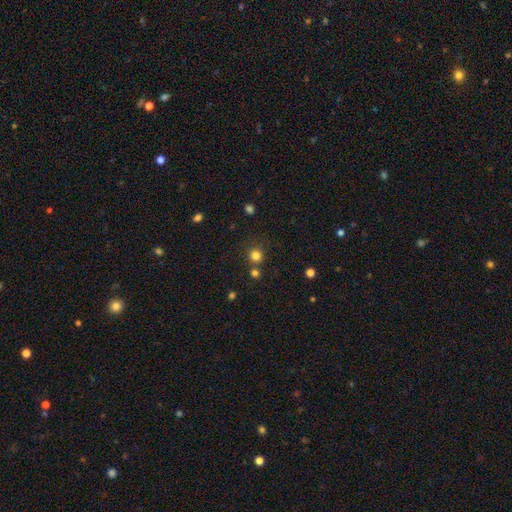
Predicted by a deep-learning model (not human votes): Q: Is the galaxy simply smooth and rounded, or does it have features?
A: smooth — 79%.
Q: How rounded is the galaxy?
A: round — 91%.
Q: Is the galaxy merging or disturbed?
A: none — 74%.